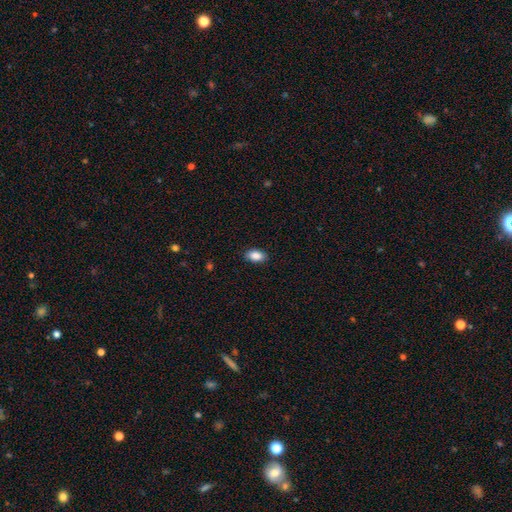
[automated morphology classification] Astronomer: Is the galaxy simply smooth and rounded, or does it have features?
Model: smooth — 89%.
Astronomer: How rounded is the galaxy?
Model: in between — 92%.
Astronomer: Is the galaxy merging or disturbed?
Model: none — 88%.